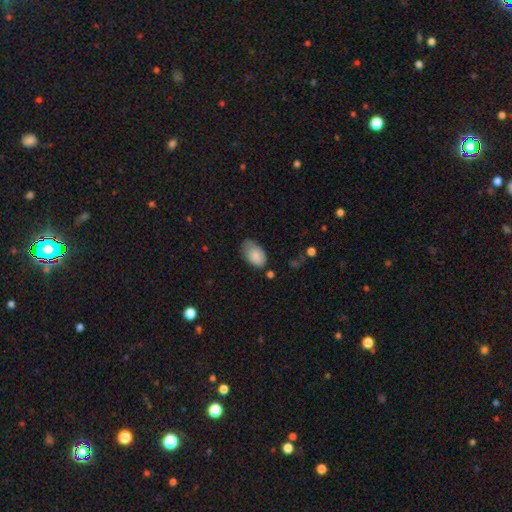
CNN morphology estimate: A smooth galaxy with no disk features (84%) that is in between round and cigar-shaped (92%). Merging: none (52%).